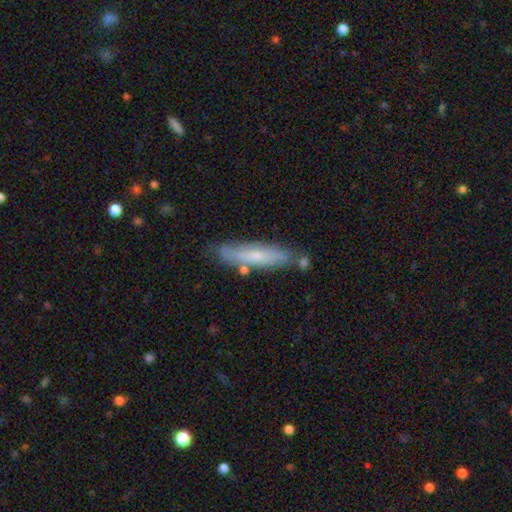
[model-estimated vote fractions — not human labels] Smooth or featured? smooth (56%)
How rounded? cigar-shaped (80%)
Merging? none (73%)